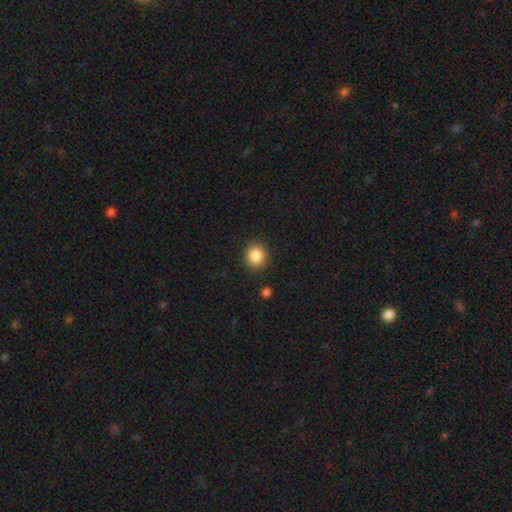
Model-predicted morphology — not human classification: Smooth or featured: smooth — 86% (star or artifact — 10%)
How rounded: round — 81% (in between — 18%)
Merging: none — 89% (minor disturbance — 7%)